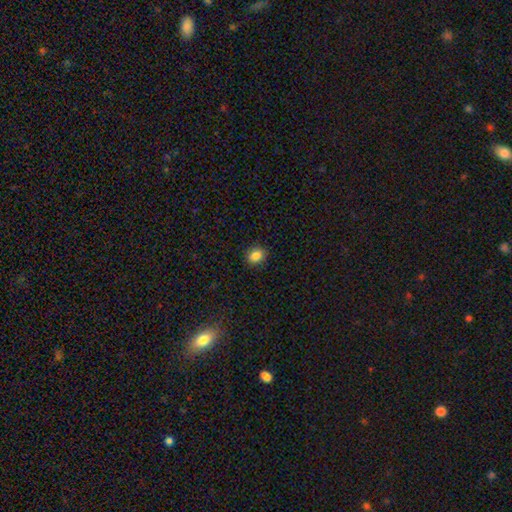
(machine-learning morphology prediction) smooth_or_featured: smooth (p=0.85) [alt: star or artifact p=0.10]
how_rounded: round (p=0.61) [alt: in between p=0.38]
merging: none (p=0.90) [alt: minor disturbance p=0.07]